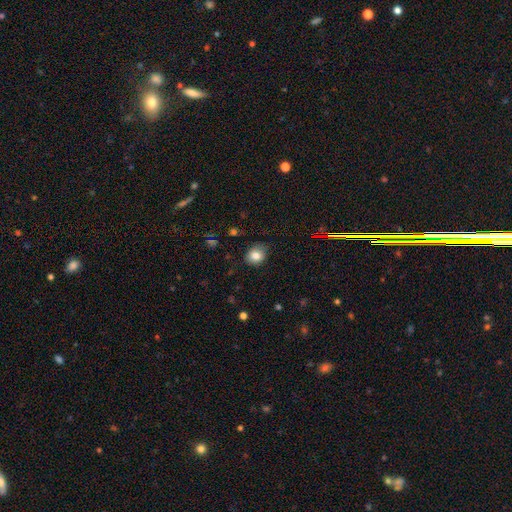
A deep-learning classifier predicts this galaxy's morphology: Smooth or featured? smooth (82%)
How rounded? round (56%)
Merging? none (76%)